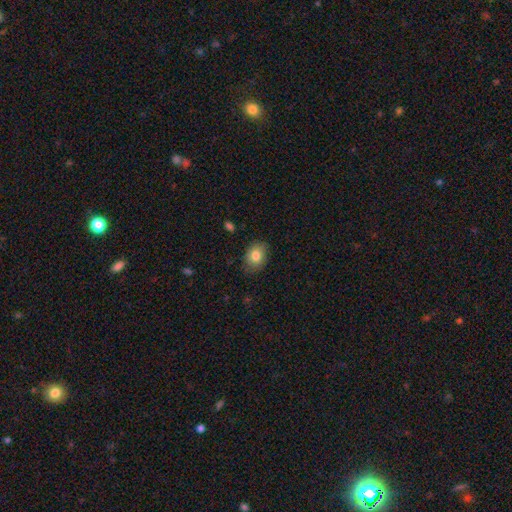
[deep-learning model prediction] This appears to be a smooth galaxy with no disk features (81%) that is in between round and cigar-shaped (71%). Merging: none (80%).